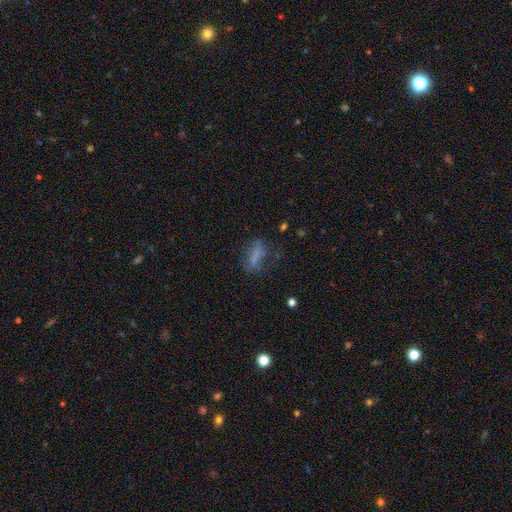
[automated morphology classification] The model was most divided on "how rounded": in between: 57%, cigar-shaped: 36%, round: 7%. More confident: smooth or featured — smooth (59%); merging — none (52%).